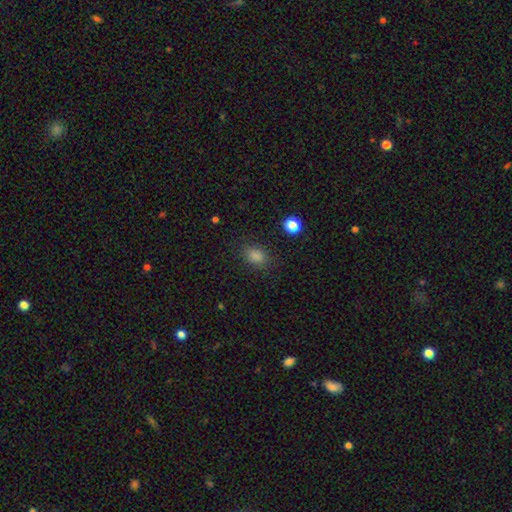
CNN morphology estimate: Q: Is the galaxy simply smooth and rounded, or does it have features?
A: smooth — 80%.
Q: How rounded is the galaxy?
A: in between — 63%.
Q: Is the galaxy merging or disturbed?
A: none — 85%.